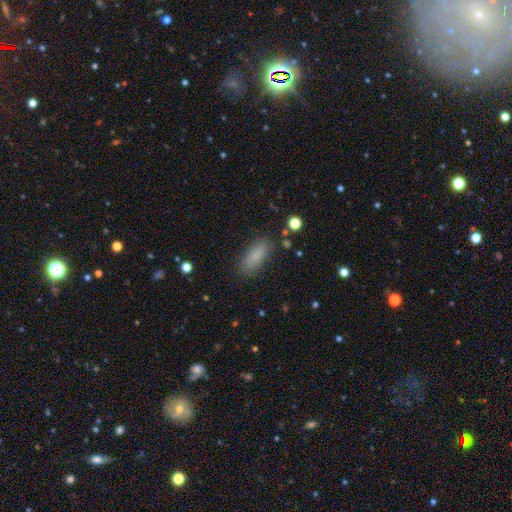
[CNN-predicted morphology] A smooth galaxy with no disk features (85%) that is in between round and cigar-shaped (71%). Merging: none (85%).